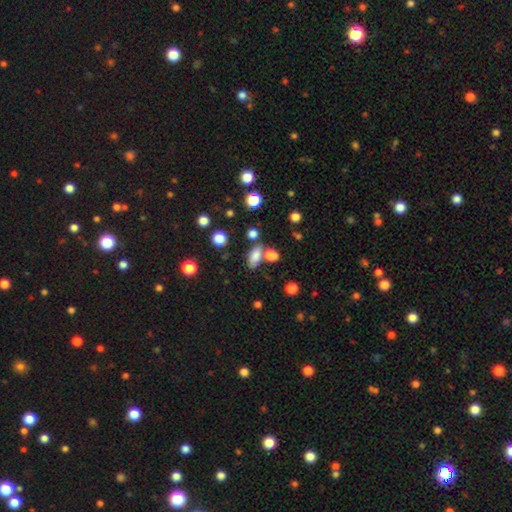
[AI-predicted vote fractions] This appears to be a smooth galaxy with no disk features (79%) that is in between round and cigar-shaped (82%). Merging: none (57%).